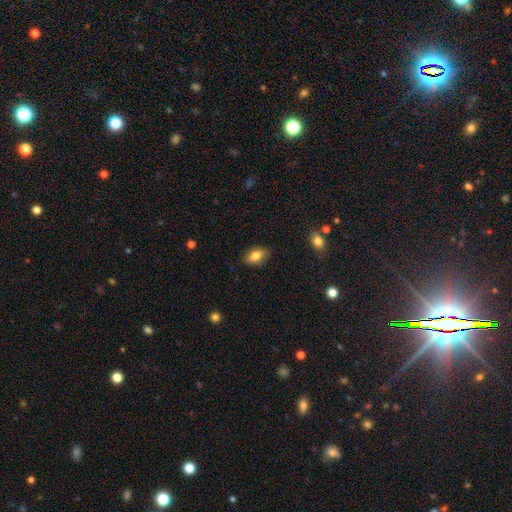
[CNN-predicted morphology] Smooth or featured? smooth (82%)
How rounded? in between (89%)
Merging? none (84%)